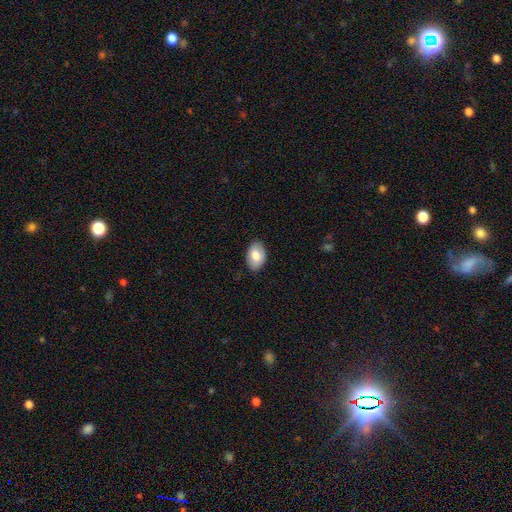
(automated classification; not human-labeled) smooth_or_featured: smooth (p=0.78) [alt: featured or disk p=0.16]
how_rounded: in between (p=0.89) [alt: round p=0.09]
merging: none (p=0.85) [alt: minor disturbance p=0.12]